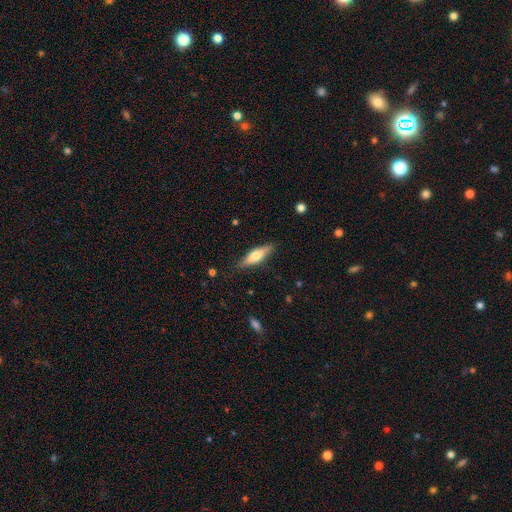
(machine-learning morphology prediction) smooth 56%, featured or disk 38%, star or artifact 6%. Down the decision tree: how rounded — cigar-shaped (56%); merging — none (84%).